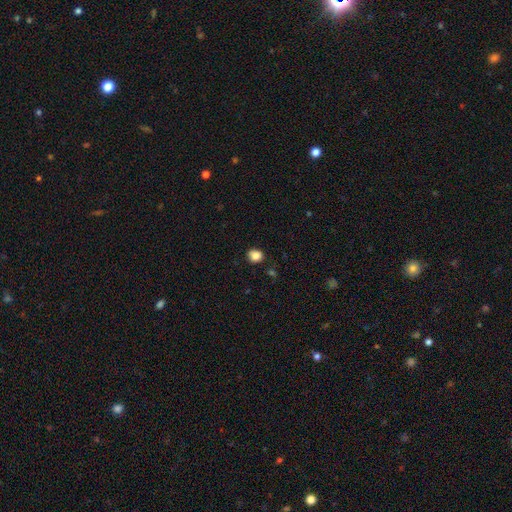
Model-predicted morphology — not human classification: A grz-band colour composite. It shows a smooth galaxy with no disk features (85%) that is round (70%). Merging: none (84%).